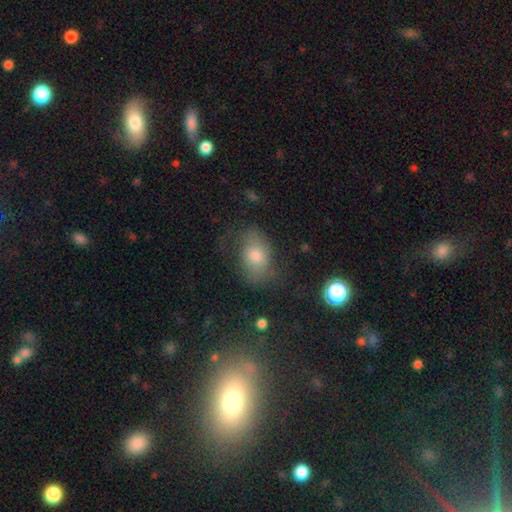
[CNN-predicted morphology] This is likely a smooth galaxy (61%). How rounded: likely in between (77%). Merging: likely none (60%).